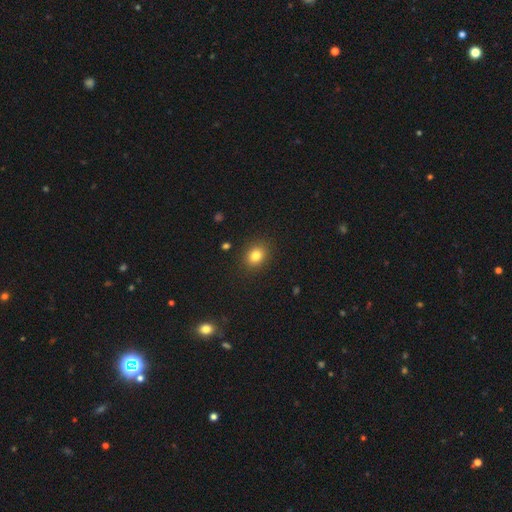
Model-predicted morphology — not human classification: smooth_or_featured: smooth (p=0.82) [alt: star or artifact p=0.12]
how_rounded: round (p=0.57) [alt: in between p=0.42]
merging: none (p=0.88) [alt: minor disturbance p=0.08]